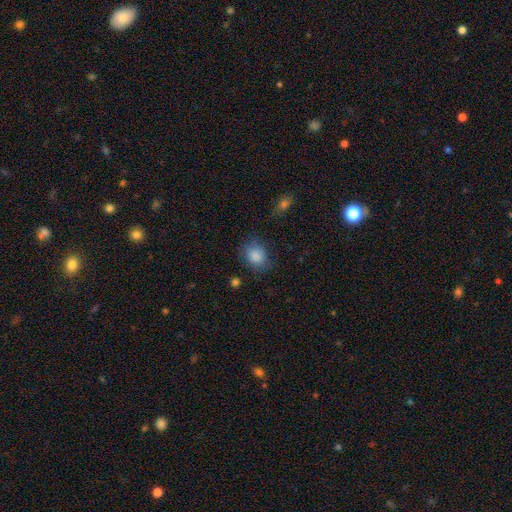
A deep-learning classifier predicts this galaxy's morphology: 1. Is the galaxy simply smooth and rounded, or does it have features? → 87% smooth, 8% star or artifact, 5% featured or disk.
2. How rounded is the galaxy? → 53% round, 46% in between, 1% cigar-shaped.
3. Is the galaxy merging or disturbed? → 73% none, 19% minor disturbance, 6% major disturbance, 2% merger.